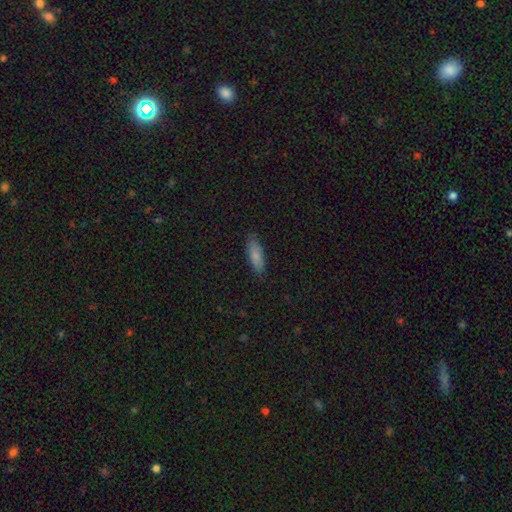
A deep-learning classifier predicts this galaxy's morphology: This appears to be a smooth galaxy with no disk features (84%) that is in between round and cigar-shaped (62%). Merging: none (85%).